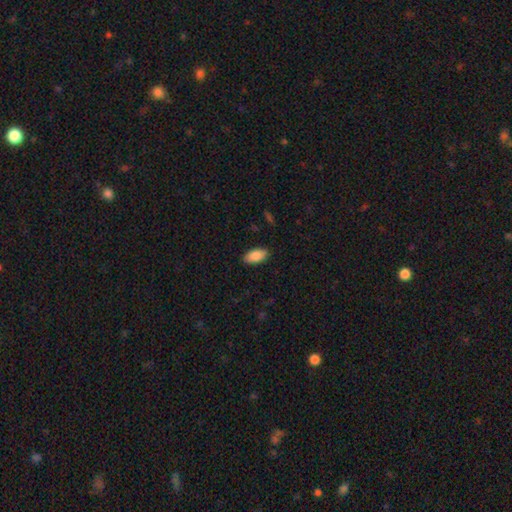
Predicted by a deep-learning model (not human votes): Overall: smooth (87%). How rounded: in between (93%). Merging: none (89%).